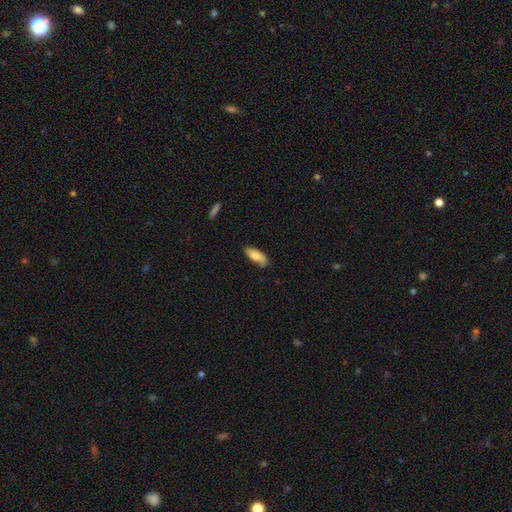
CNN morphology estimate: Smooth or featured? smooth (78%)
How rounded? in between (70%)
Merging? none (71%)